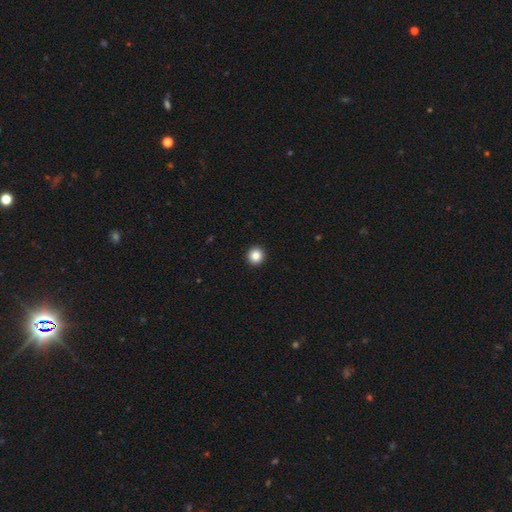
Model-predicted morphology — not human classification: This is clearly a smooth galaxy (86%). How rounded: clearly round (95%). Merging: clearly none (94%).